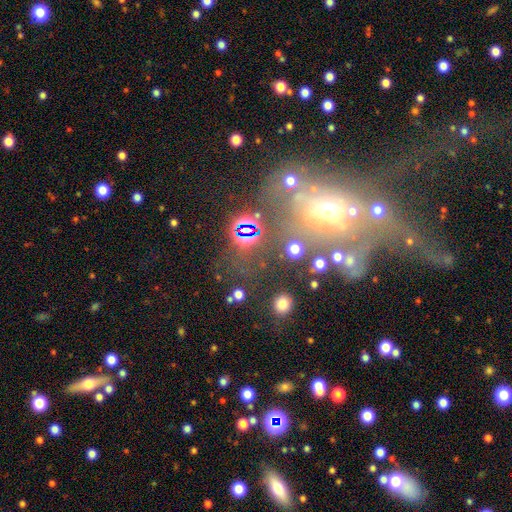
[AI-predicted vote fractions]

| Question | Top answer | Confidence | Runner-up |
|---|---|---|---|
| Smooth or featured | star or artifact | 37% | featured or disk (35%) |